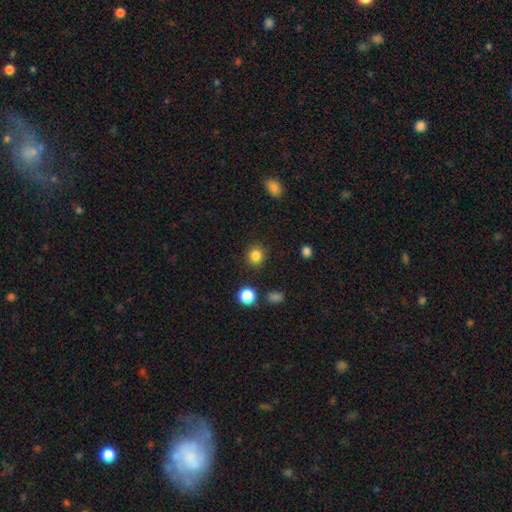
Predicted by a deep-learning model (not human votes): This is clearly a smooth galaxy (84%). How rounded: clearly round (87%). Merging: clearly none (89%).